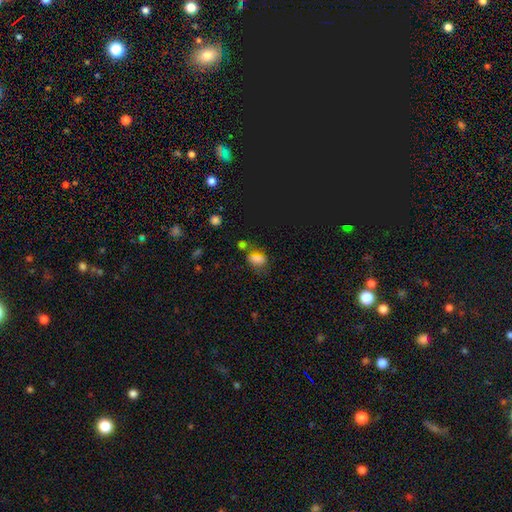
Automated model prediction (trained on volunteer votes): A smooth galaxy with no disk features (64%) that is in between round and cigar-shaped (72%). Merging: none (57%).